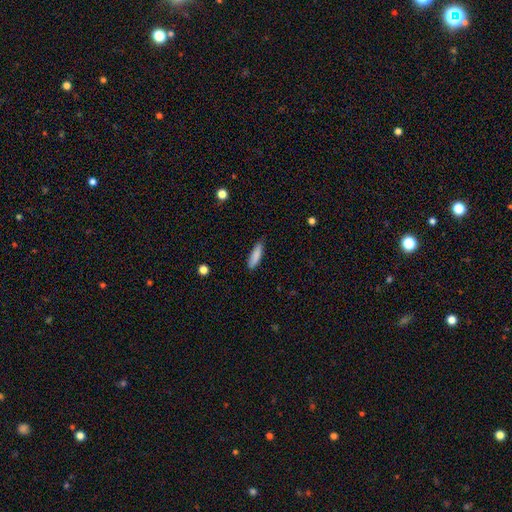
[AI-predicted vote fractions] This is clearly a smooth galaxy (86%). How rounded: likely cigar-shaped (66%). Merging: clearly none (83%).